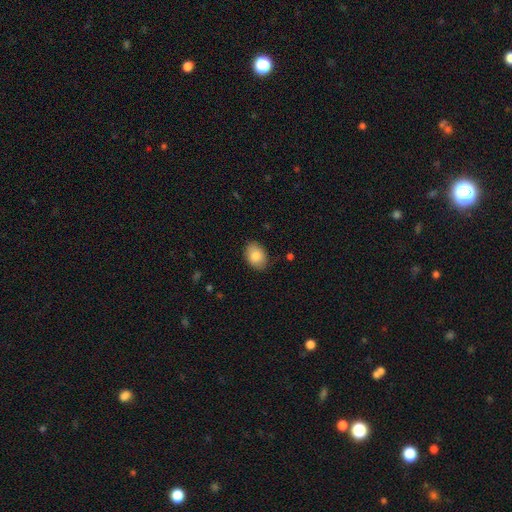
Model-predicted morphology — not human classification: Smooth or featured: smooth — 86% (star or artifact — 7%)
How rounded: in between — 76% (round — 23%)
Merging: none — 84% (minor disturbance — 12%)